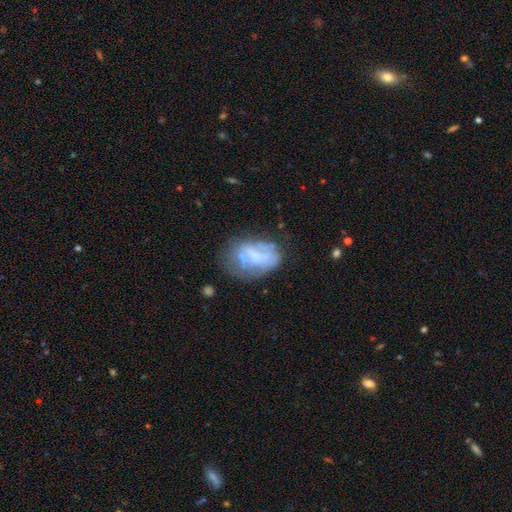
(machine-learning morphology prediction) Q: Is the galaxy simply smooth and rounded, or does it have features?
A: featured or disk — 49%.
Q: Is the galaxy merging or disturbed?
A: none — 49%.